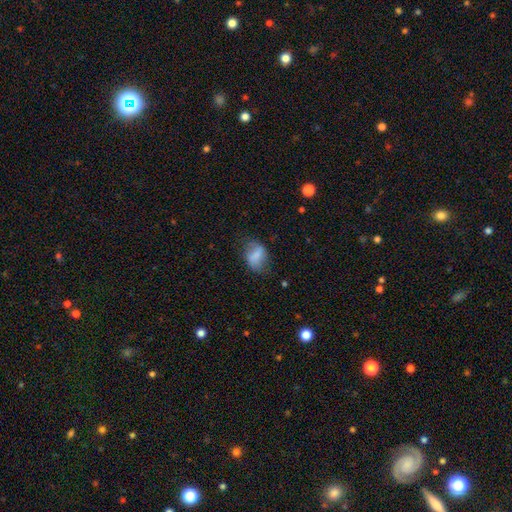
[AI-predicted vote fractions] Morphology: type=smooth (67%); roundness=in between (78%); merging=none (57%).